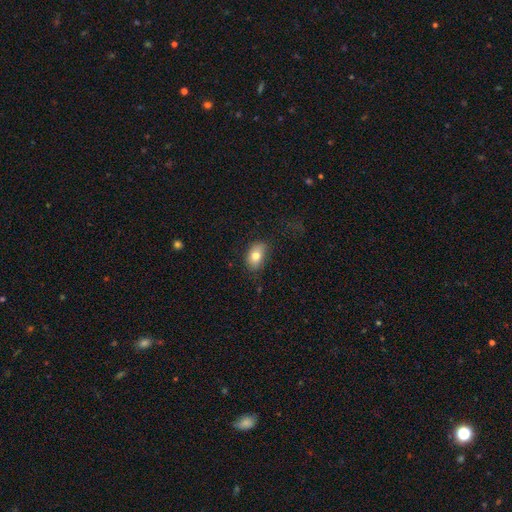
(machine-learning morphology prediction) This is likely a smooth galaxy (78%). How rounded: clearly in between (84%). Merging: likely none (72%).